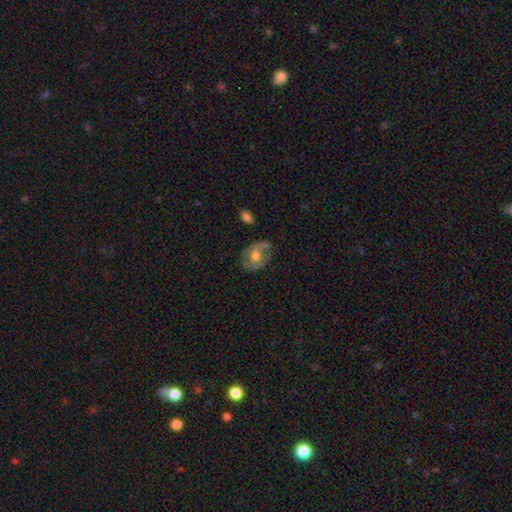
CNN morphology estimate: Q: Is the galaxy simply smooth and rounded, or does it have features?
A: featured or disk — 50%.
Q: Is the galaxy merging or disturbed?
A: none — 64%.